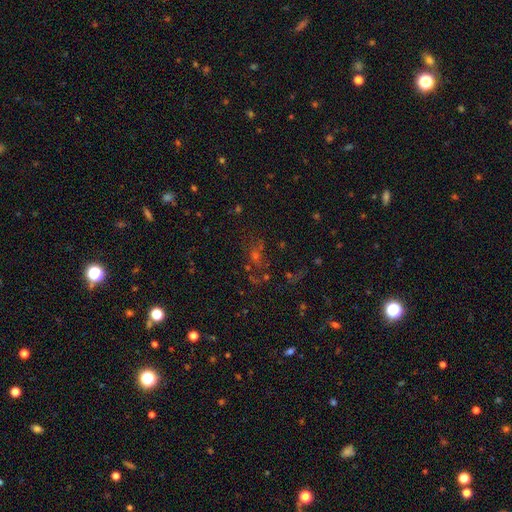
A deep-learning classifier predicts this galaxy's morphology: star or artifact 51%, smooth 27%, featured or disk 23%.